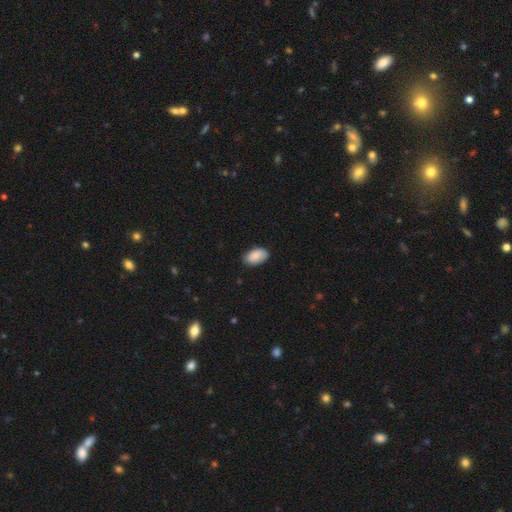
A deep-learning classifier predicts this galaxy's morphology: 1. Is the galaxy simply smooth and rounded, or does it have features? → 86% smooth, 7% featured or disk, 7% star or artifact.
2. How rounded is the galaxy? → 94% in between, 5% round, 1% cigar-shaped.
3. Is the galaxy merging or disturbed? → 82% none, 15% minor disturbance, 2% major disturbance, 1% merger.